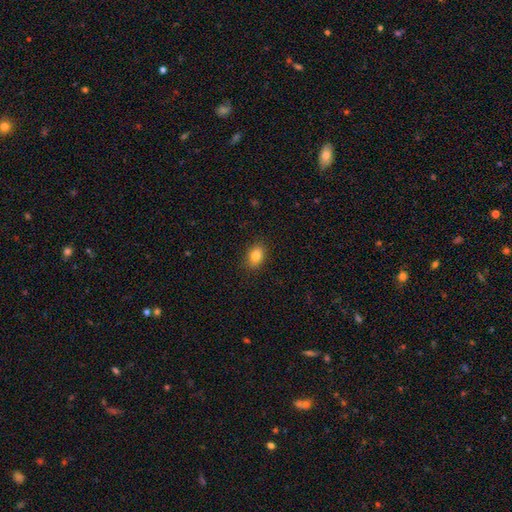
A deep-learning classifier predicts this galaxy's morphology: Smooth or featured: smooth — 84% (star or artifact — 9%)
How rounded: in between — 76% (round — 22%)
Merging: none — 88% (minor disturbance — 9%)